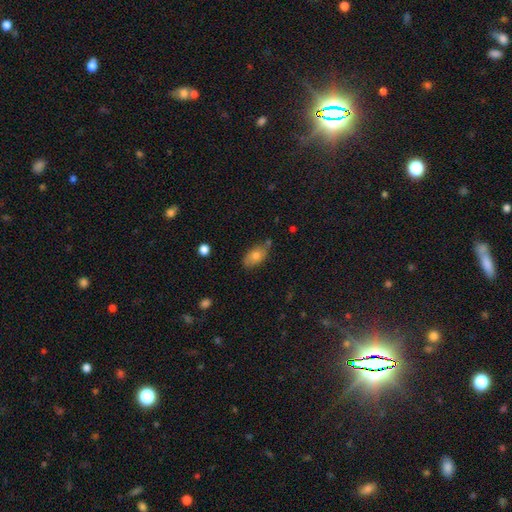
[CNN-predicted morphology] Q: Smooth or featured?
A: smooth (73%); runner-up: featured or disk (18%)
Q: How rounded?
A: in between (90%); runner-up: round (6%)
Q: Merging?
A: none (70%); runner-up: minor disturbance (20%)